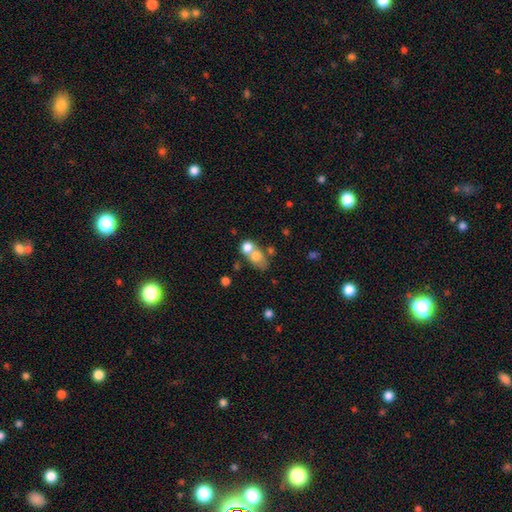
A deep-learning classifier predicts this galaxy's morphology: Smooth or featured?
  - smooth: 68% *
  - featured or disk: 21%
  - star or artifact: 11%
How rounded?
  - in between: 54% *
  - round: 44%
  - cigar-shaped: 2%
Merging?
  - merger: 58% *
  - none: 27%
  - minor disturbance: 9%
  - major disturbance: 6%